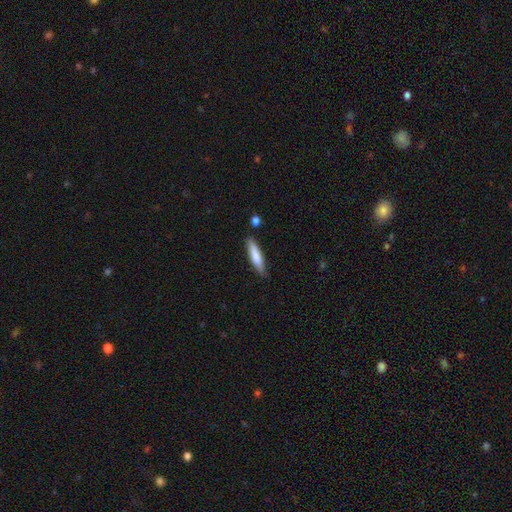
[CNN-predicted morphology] smooth 79%, featured or disk 15%, star or artifact 6%. Down the decision tree: how rounded — cigar-shaped (80%); merging — none (81%).